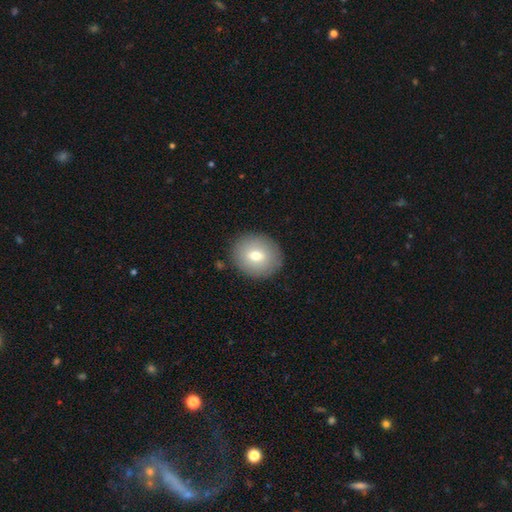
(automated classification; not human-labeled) This is likely a smooth galaxy (72%). How rounded: likely round (75%). Merging: clearly none (88%).